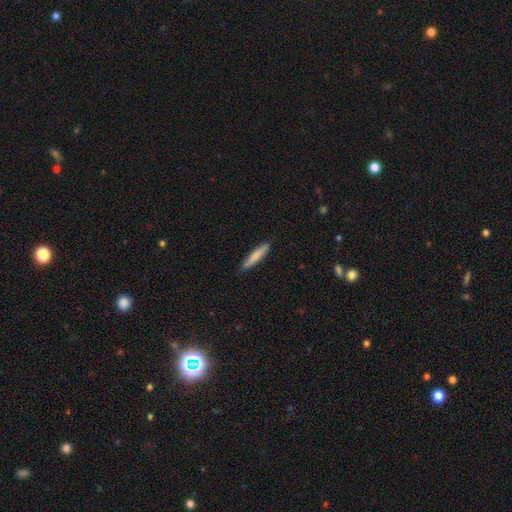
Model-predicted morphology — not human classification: smooth-or-featured: smooth: 79% | featured or disk: 16% | star or artifact: 5%
  how-rounded: cigar-shaped: 89% | in between: 10% | round: 1%
  merging: none: 88% | minor disturbance: 9% | major disturbance: 2% | merger: 1%